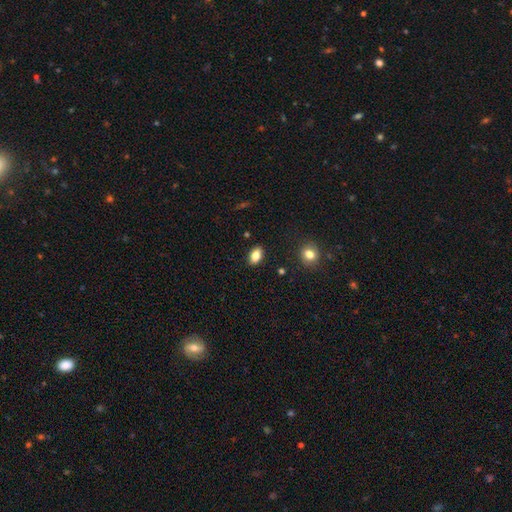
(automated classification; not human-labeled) The model was most divided on "smooth or featured": smooth: 84%, star or artifact: 9%, featured or disk: 8%. More confident: how rounded — in between (88%); merging — none (88%).